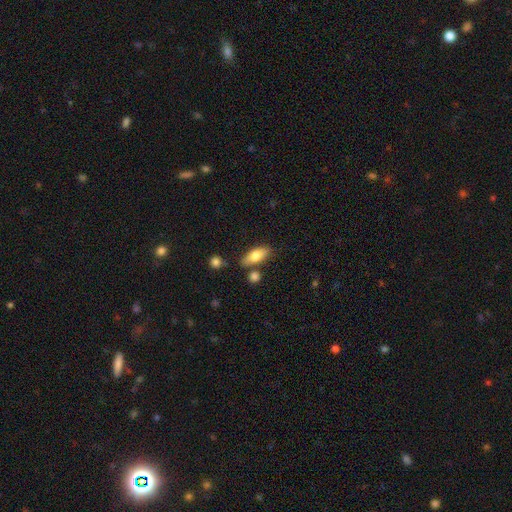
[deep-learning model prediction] Smooth or featured? smooth (72%)
How rounded? in between (75%)
Merging? none (74%)